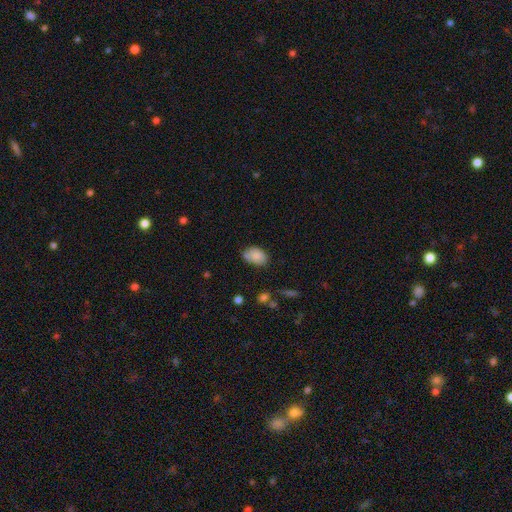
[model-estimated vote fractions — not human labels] Smooth or featured: smooth — 83% (featured or disk — 9%)
How rounded: in between — 85% (round — 14%)
Merging: none — 62% (minor disturbance — 24%)